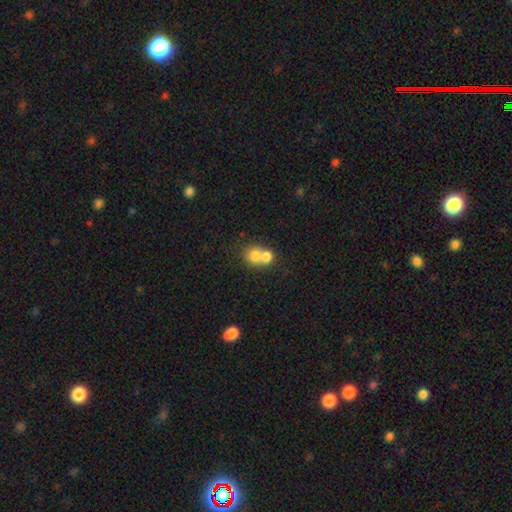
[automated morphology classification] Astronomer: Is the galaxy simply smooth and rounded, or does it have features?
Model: smooth — 75%.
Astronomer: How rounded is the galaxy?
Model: round — 69%.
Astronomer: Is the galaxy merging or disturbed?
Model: merger — 65%.